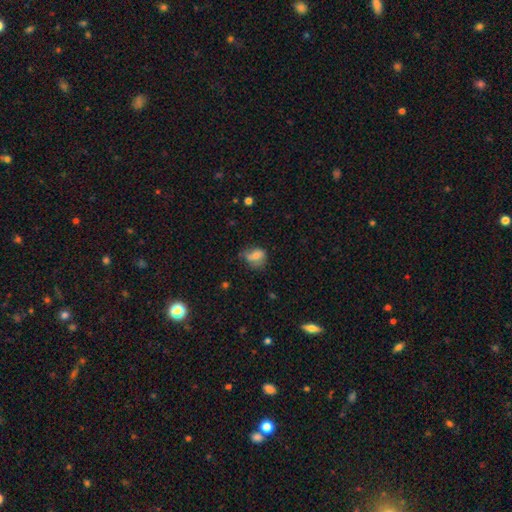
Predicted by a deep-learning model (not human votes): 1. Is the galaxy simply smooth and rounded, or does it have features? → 66% smooth, 23% featured or disk, 11% star or artifact.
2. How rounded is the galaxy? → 54% in between, 44% round, 1% cigar-shaped.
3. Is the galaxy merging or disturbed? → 40% none, 35% minor disturbance, 20% major disturbance, 5% merger.